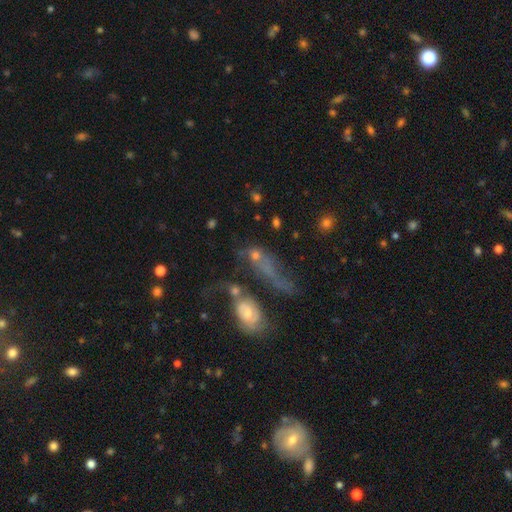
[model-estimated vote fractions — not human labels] A smooth galaxy with no disk features (39%).

Vote fractions:
- Smooth or featured? smooth: 39% / star or artifact: 31% / featured or disk: 30%
- Merging? none: 37% / merger: 26% / major disturbance: 22% / minor disturbance: 15%